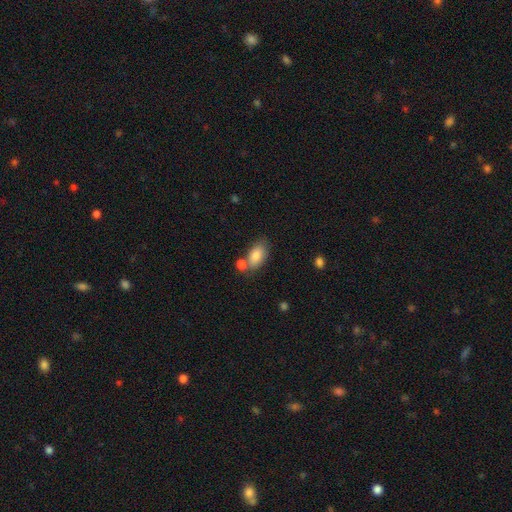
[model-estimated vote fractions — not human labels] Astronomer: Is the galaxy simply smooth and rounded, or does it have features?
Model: smooth — 83%.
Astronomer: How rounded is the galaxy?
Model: in between — 91%.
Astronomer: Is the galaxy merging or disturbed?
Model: none — 59%.